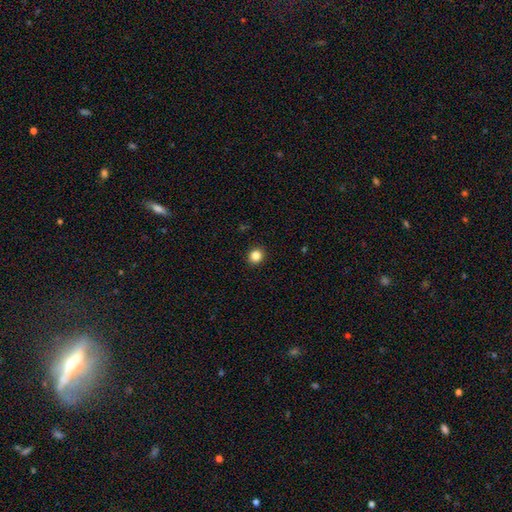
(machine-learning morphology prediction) Smooth or featured? Predicted: smooth (p=0.84). How rounded? Predicted: round (p=0.85). Merging? Predicted: none (p=0.92).